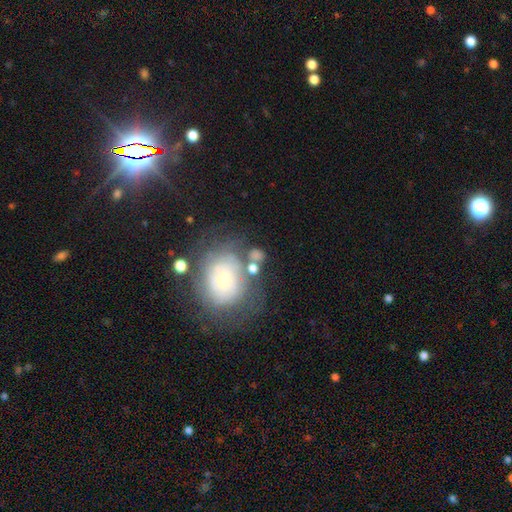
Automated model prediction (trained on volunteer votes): Q: Smooth or featured?
A: featured or disk (50%); runner-up: smooth (37%)
Q: Edge-on disk?
A: no (95%); runner-up: yes (5%)
Q: Merging?
A: none (53%); runner-up: minor disturbance (20%)